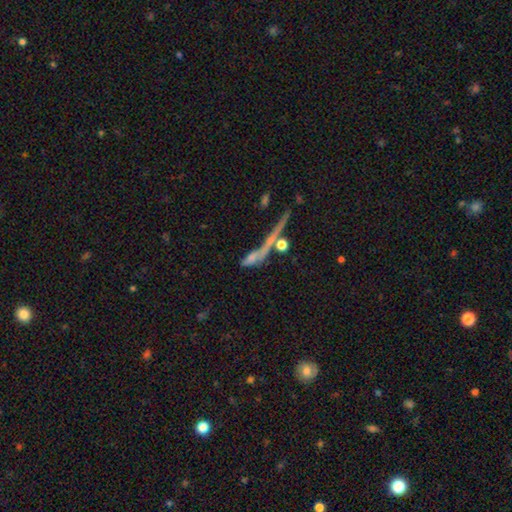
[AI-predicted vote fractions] Morphology: type=smooth (40%); merging=none (43%).